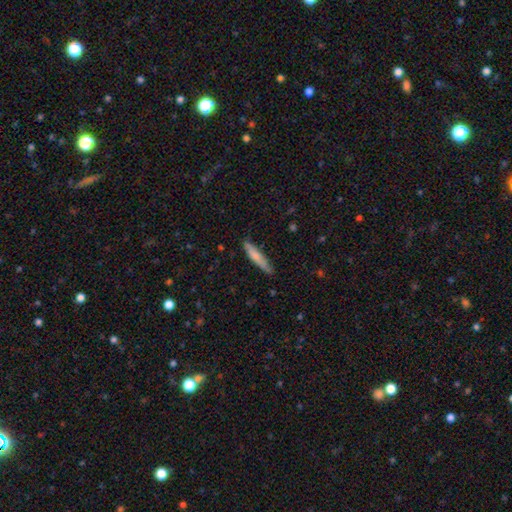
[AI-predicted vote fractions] Smooth or featured: smooth — 73% (featured or disk — 21%)
How rounded: cigar-shaped — 89% (in between — 9%)
Merging: none — 80% (minor disturbance — 16%)